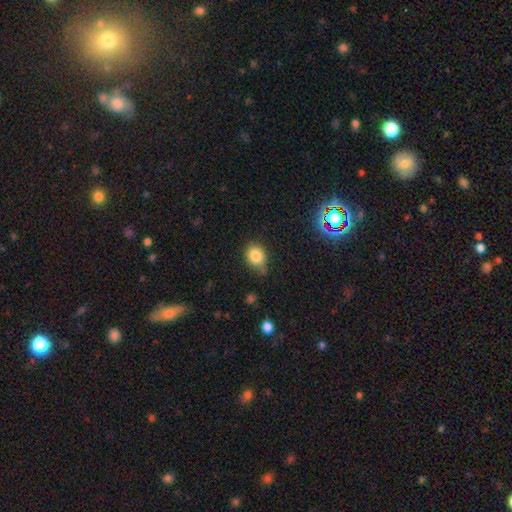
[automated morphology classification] type=smooth (83%); roundness=round (57%); merging=none (66%).